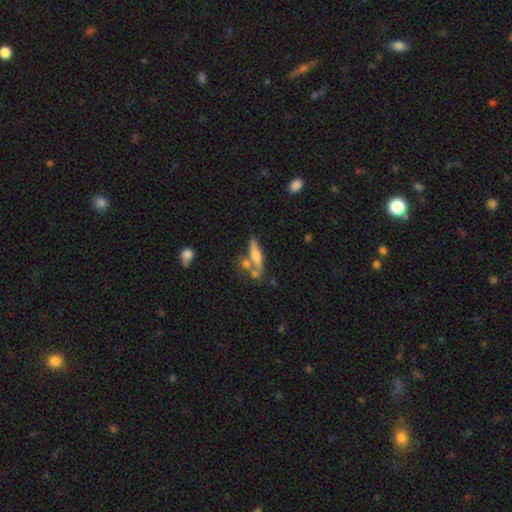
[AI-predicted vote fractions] A smooth galaxy with no disk features (47%).

Vote fractions:
- Smooth or featured? smooth: 47% / featured or disk: 45% / star or artifact: 8%
- Merging? none: 46% / merger: 29% / minor disturbance: 16% / major disturbance: 9%